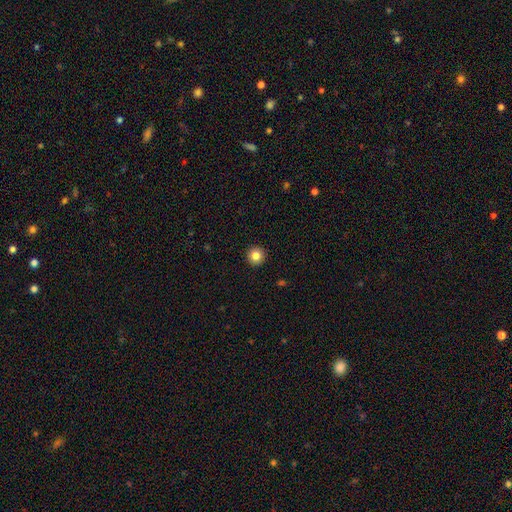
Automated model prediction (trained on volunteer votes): Morphology: type=smooth (84%); roundness=round (96%); merging=none (94%).